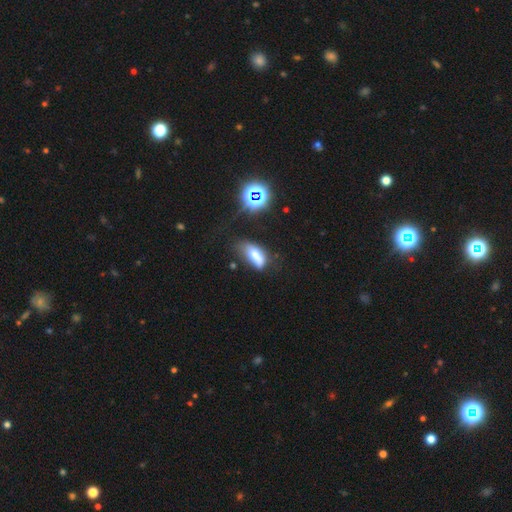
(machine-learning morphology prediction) Smooth or featured? Predicted: smooth (p=0.65). How rounded? Predicted: in between (p=0.79). Merging? Predicted: none (p=0.35).